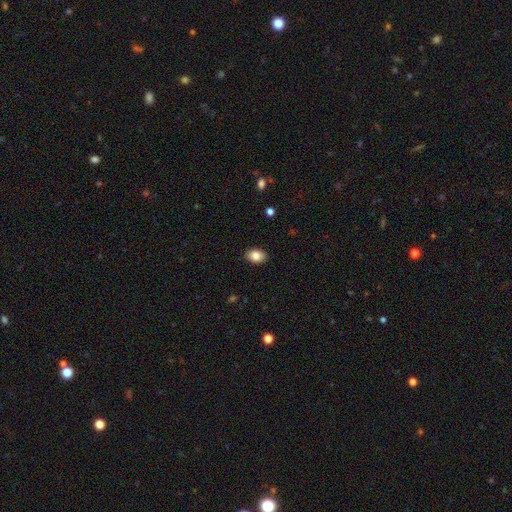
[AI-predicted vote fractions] smooth_or_featured: smooth (p=0.85) [alt: star or artifact p=0.08]
how_rounded: in between (p=0.85) [alt: round p=0.14]
merging: none (p=0.89) [alt: minor disturbance p=0.08]